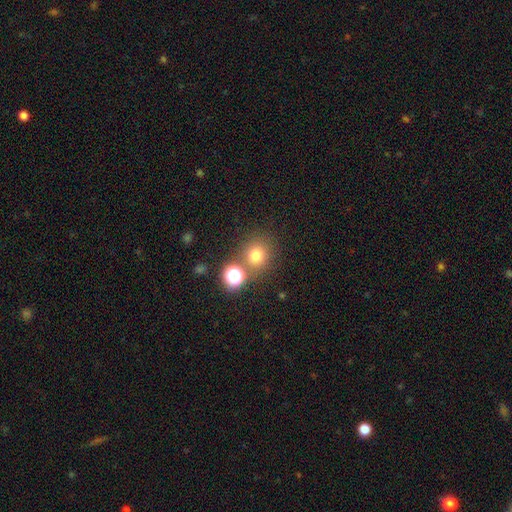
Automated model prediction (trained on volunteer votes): Smooth or featured?
  - smooth: 74% *
  - star or artifact: 18%
  - featured or disk: 7%
How rounded?
  - round: 89% *
  - in between: 10%
  - cigar-shaped: 1%
Merging?
  - none: 74% *
  - merger: 14%
  - minor disturbance: 8%
  - major disturbance: 4%